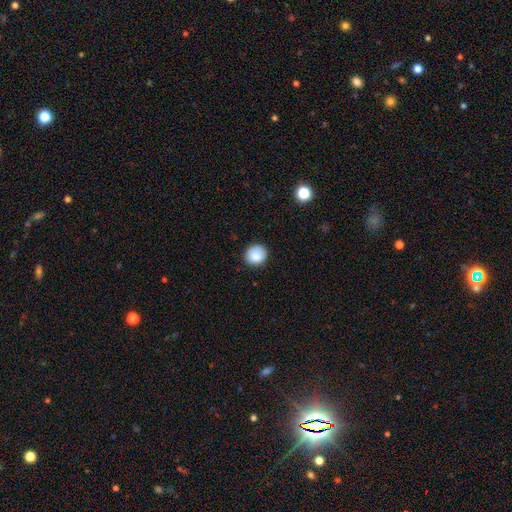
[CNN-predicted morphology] A smooth galaxy with no disk features (85%) that is round (85%).

Vote fractions:
- Smooth or featured? smooth: 85% / star or artifact: 8% / featured or disk: 6%
- How rounded? round: 85% / in between: 14% / cigar-shaped: 1%
- Merging? none: 84% / minor disturbance: 12% / major disturbance: 3% / merger: 1%